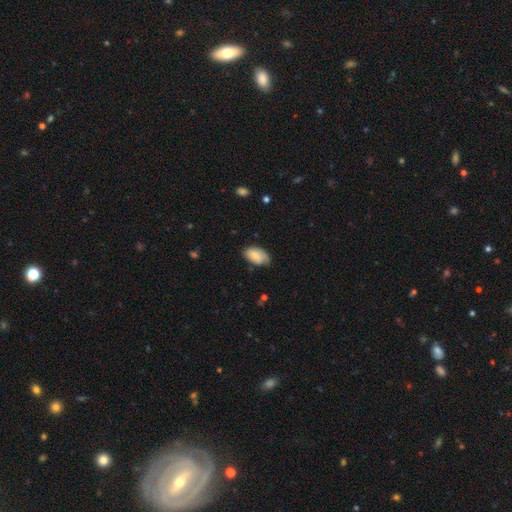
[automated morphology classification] The model was most divided on "merging": none: 58%, minor disturbance: 33%, major disturbance: 7%, merger: 2%. More confident: how rounded — in between (92%); smooth or featured — smooth (78%).